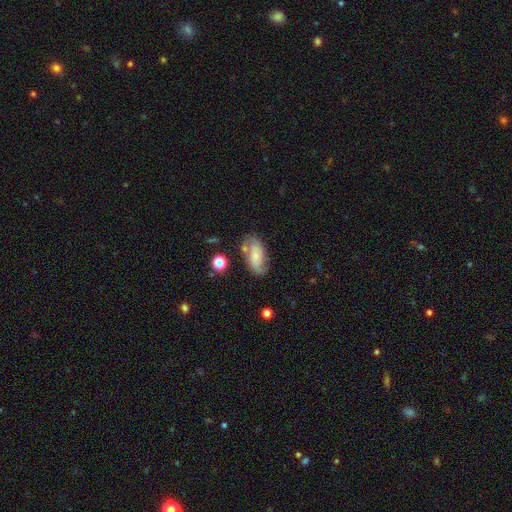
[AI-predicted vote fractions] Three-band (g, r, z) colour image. It shows a featured or disk galaxy (47%). Merging: none (62%).